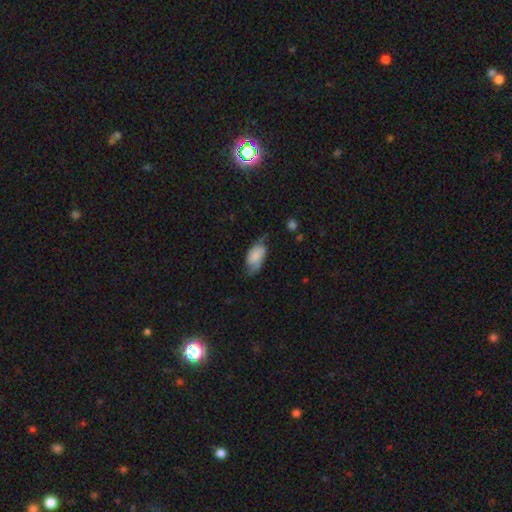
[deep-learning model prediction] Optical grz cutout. It shows a smooth galaxy with no disk features (55%) that is in between round and cigar-shaped (93%). Merging: none (51%).